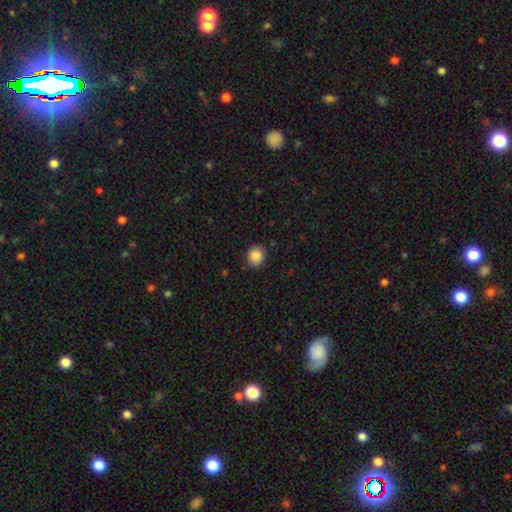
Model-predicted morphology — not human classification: This is clearly a smooth galaxy (87%). How rounded: clearly round (81%). Merging: clearly none (85%).